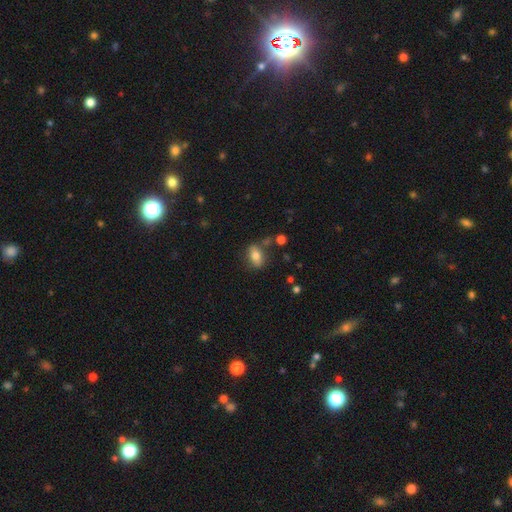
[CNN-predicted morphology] Smooth or featured? smooth (74%)
How rounded? in between (80%)
Merging? none (73%)